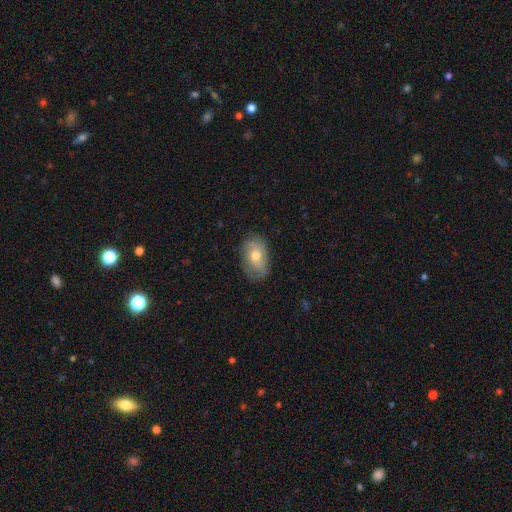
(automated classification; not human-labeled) smooth 55%, featured or disk 38%, star or artifact 7%. Down the decision tree: how rounded — in between (86%); merging — none (71%).